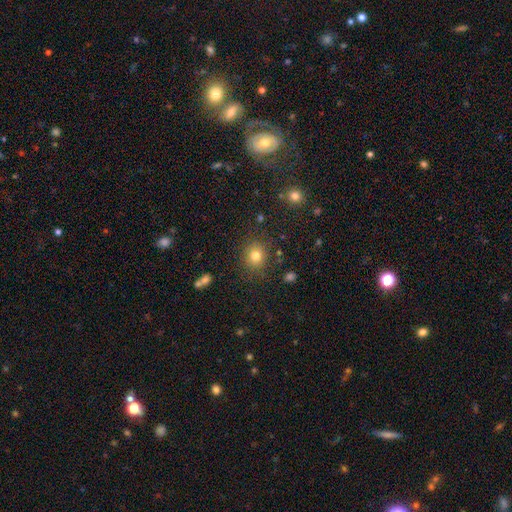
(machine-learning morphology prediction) Smooth or featured?
  - smooth: 78% *
  - star or artifact: 14%
  - featured or disk: 8%
How rounded?
  - round: 81% *
  - in between: 18%
  - cigar-shaped: 1%
Merging?
  - none: 86% *
  - minor disturbance: 9%
  - major disturbance: 3%
  - merger: 2%